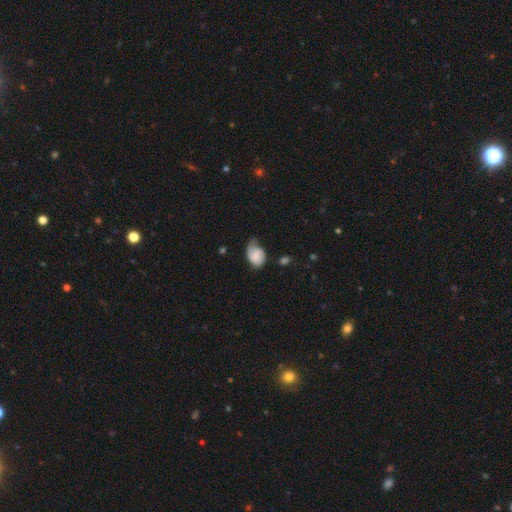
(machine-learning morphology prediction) Smooth or featured? smooth (75%)
How rounded? in between (72%)
Merging? minor disturbance (45%)